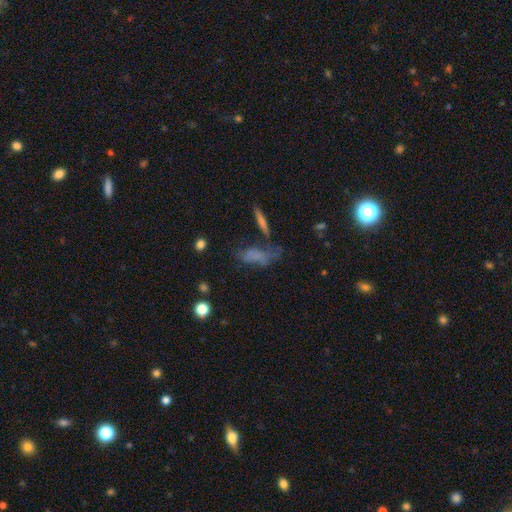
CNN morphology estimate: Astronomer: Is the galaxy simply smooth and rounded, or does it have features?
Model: smooth — 54%.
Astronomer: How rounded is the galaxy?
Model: in between — 60%.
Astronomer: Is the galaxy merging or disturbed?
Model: none — 37% (runner-up: major disturbance, 24%).